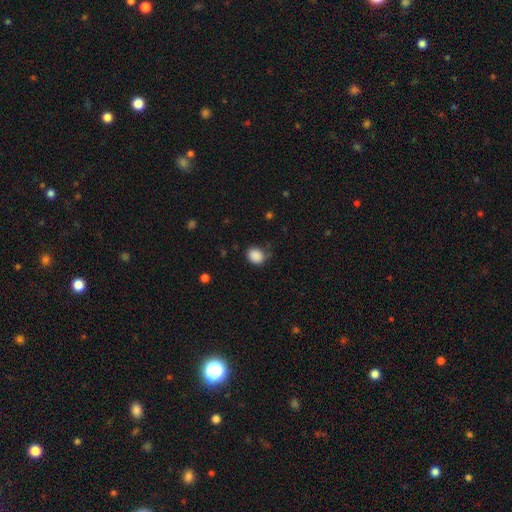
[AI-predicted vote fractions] Smooth or featured? Predicted: smooth (p=0.88). How rounded? Predicted: round (p=0.56). Merging? Predicted: none (p=0.68).